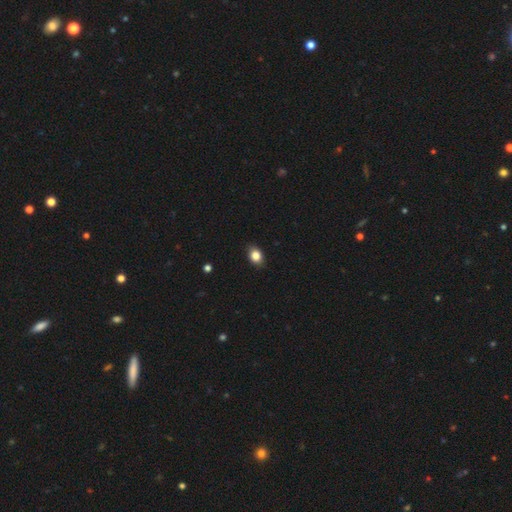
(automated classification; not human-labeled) Smooth or featured? Predicted: smooth (p=0.85). How rounded? Predicted: in between (p=0.63). Merging? Predicted: none (p=0.86).